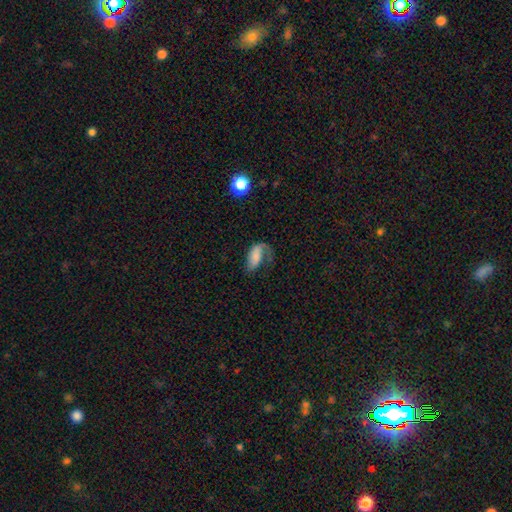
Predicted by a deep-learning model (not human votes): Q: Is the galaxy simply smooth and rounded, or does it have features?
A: smooth — 53%.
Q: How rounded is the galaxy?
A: in between — 87%.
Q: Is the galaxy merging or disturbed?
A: major disturbance — 45%.